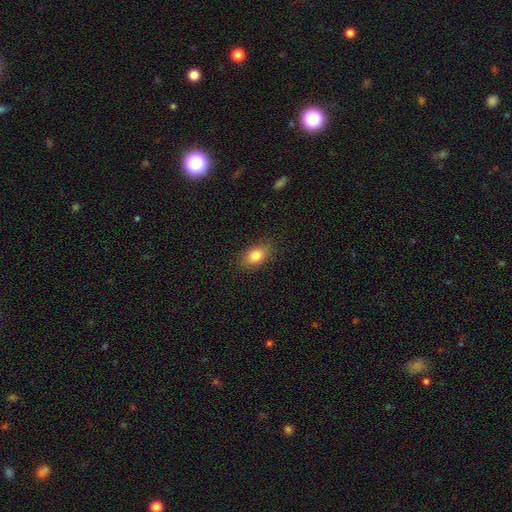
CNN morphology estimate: Smooth or featured? Predicted: smooth (p=0.82). How rounded? Predicted: in between (p=0.85). Merging? Predicted: none (p=0.84).